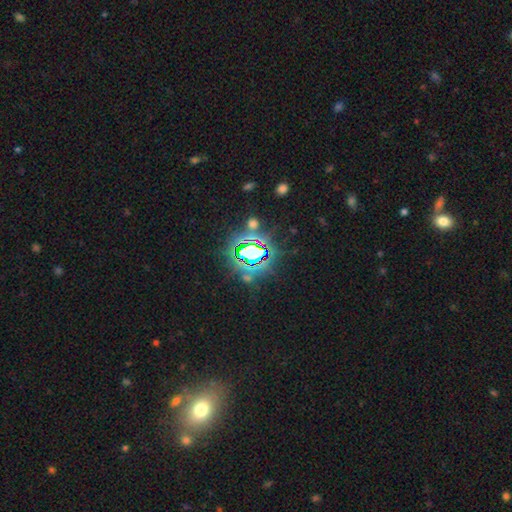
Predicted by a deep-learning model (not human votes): star or artifact 76%, smooth 14%, featured or disk 10%.